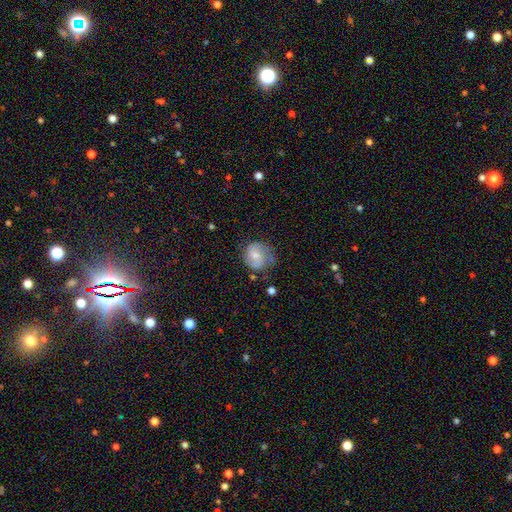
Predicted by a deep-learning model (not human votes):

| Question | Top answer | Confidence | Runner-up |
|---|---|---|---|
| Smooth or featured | smooth | 48% | featured or disk (45%) |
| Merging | none | 65% | minor disturbance (24%) |